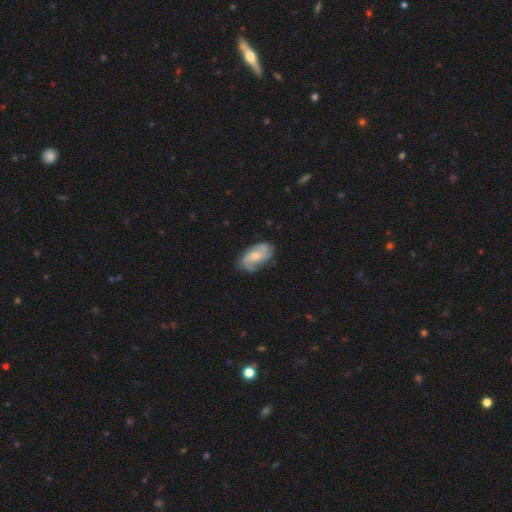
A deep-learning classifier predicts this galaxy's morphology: A featured or disk galaxy (72%) with no bar (61%), 2 (62%) medium (47%) spiral arms (94%) and a moderate central bulge (47%). Merging: none (73%).